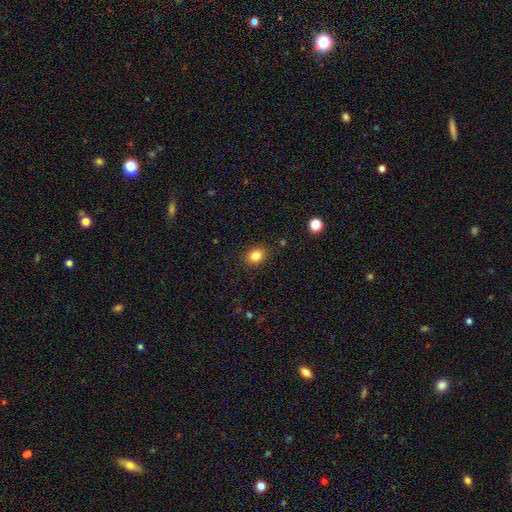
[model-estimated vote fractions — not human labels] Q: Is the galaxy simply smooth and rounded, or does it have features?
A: smooth — 83%.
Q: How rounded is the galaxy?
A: round — 51%.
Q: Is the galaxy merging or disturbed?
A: none — 87%.